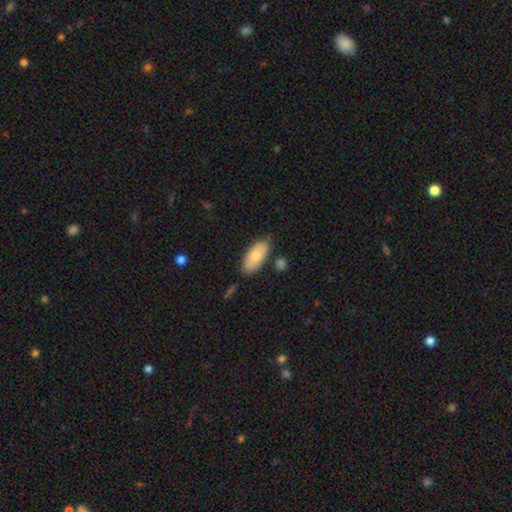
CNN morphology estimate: type=smooth (76%); roundness=in between (89%); merging=none (75%).